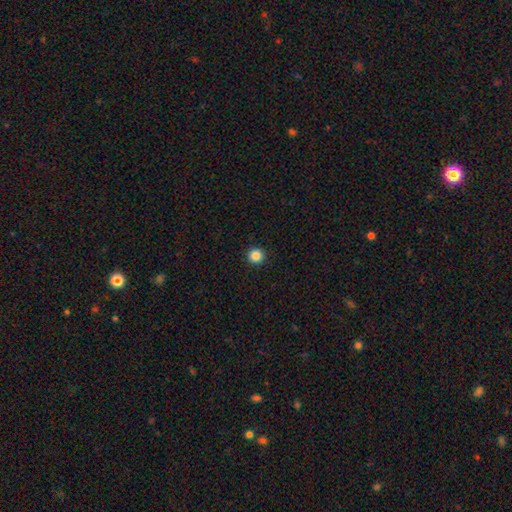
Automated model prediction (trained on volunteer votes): Smooth or featured?
  - smooth: 86% *
  - star or artifact: 11%
  - featured or disk: 3%
How rounded?
  - round: 95% *
  - in between: 4%
  - cigar-shaped: 1%
Merging?
  - none: 93% *
  - minor disturbance: 4%
  - major disturbance: 2%
  - merger: 1%